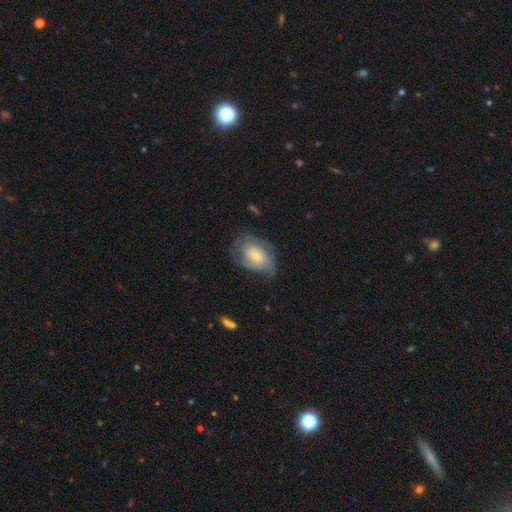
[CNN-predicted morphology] Smooth or featured? featured or disk (69%)
Edge-on disk? no (97%)
Bar? no (50%)
Spiral arms? yes (89%)
Spiral winding? tight (48%)
Spiral arm count? can't tell (38%)
Bulge size? small (52%)
Merging? none (62%)